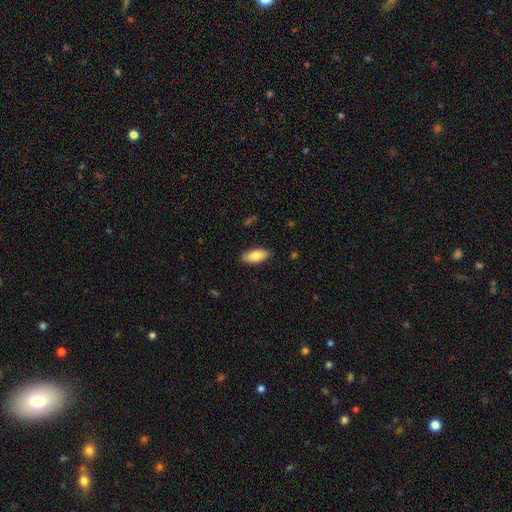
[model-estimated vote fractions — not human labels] A smooth galaxy with no disk features (84%) that is in between round and cigar-shaped (87%). Merging: none (88%).